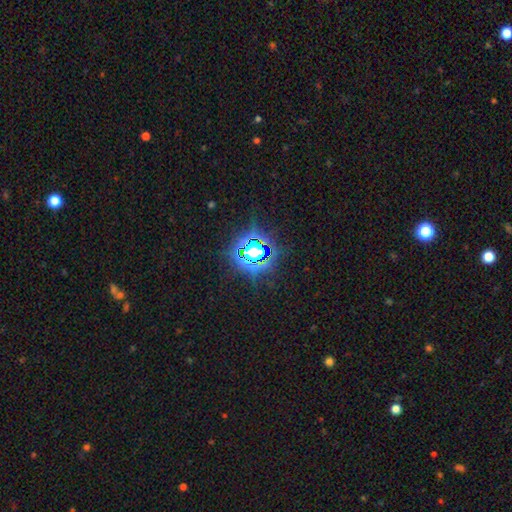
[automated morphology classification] Smooth or featured: star or artifact — 80% (smooth — 14%)